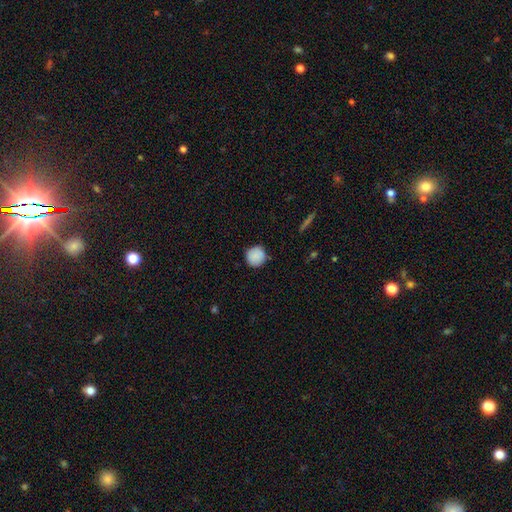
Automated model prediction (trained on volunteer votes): Overall: smooth (88%). How rounded: round (93%). Merging: none (85%).